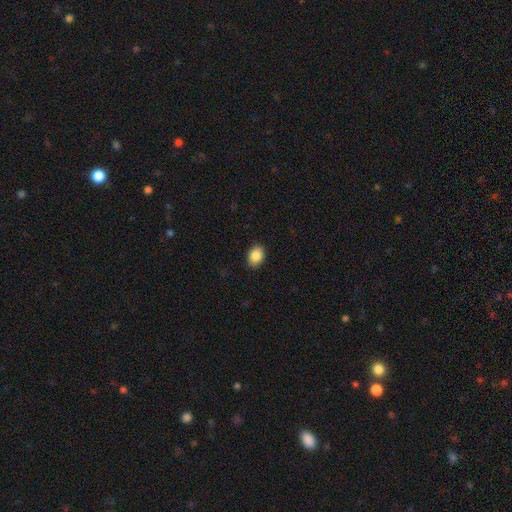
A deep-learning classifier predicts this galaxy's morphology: Smooth or featured: smooth — 88% (star or artifact — 8%)
How rounded: in between — 72% (round — 27%)
Merging: none — 89% (minor disturbance — 8%)